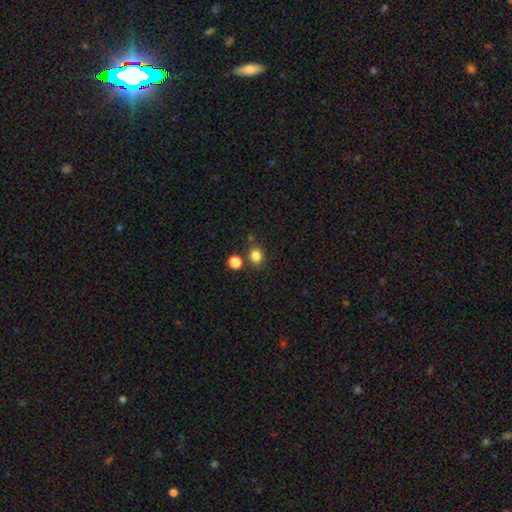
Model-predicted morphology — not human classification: smooth 83%, star or artifact 13%, featured or disk 5%. Down the decision tree: how rounded — round (84%); merging — none (79%).